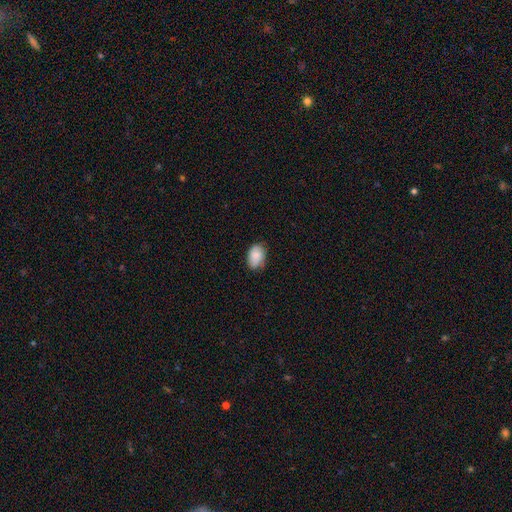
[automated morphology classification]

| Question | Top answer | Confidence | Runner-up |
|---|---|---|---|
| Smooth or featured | smooth | 85% | featured or disk (8%) |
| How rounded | in between | 84% | round (15%) |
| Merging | none | 72% | minor disturbance (23%) |